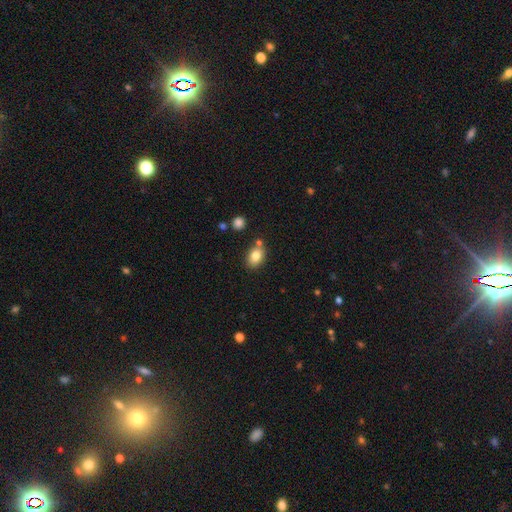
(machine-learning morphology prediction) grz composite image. It shows a smooth galaxy with no disk features (81%) that is in between round and cigar-shaped (77%). Merging: none (70%).